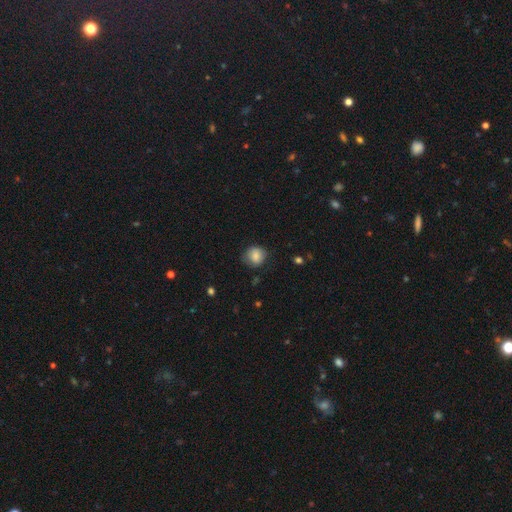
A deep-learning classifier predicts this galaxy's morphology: Overall: smooth (83%). How rounded: round (82%). Merging: none (71%).